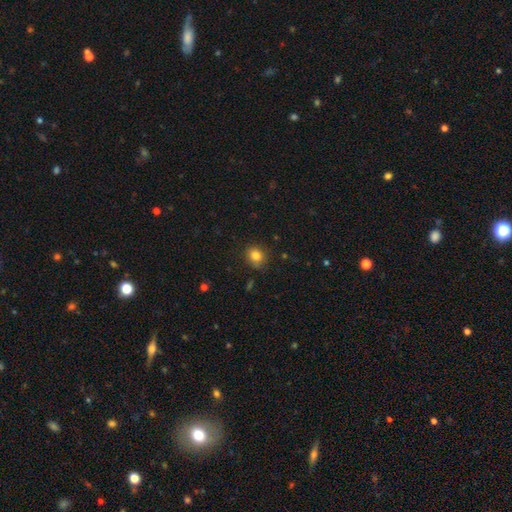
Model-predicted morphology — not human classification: Smooth or featured? smooth (82%)
How rounded? round (73%)
Merging? none (81%)